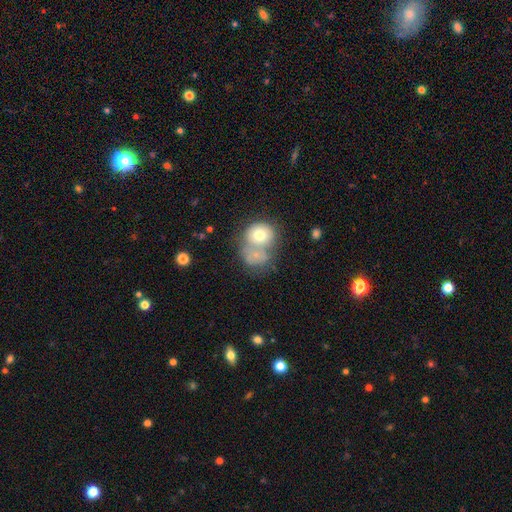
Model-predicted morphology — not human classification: This is likely a smooth galaxy (68%). How rounded: likely round (64%). Merging: likely merger (61%).